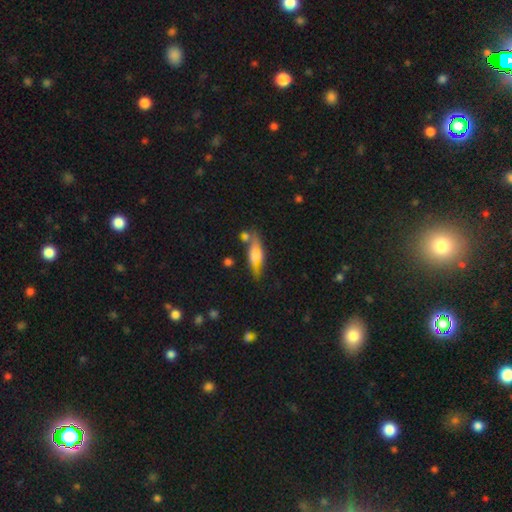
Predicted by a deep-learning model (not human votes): A smooth galaxy with no disk features (46%, tied with featured or disk).

Vote fractions:
- Smooth or featured? smooth: 46% (tied) / featured or disk: 46% (tied) / star or artifact: 9%
- Merging? none: 61% / minor disturbance: 21% / merger: 11% / major disturbance: 8%